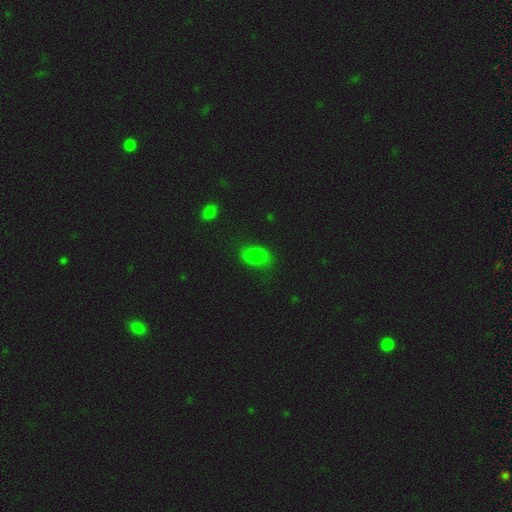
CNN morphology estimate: Overall: smooth (76%). How rounded: in between (81%). Merging: none (71%).